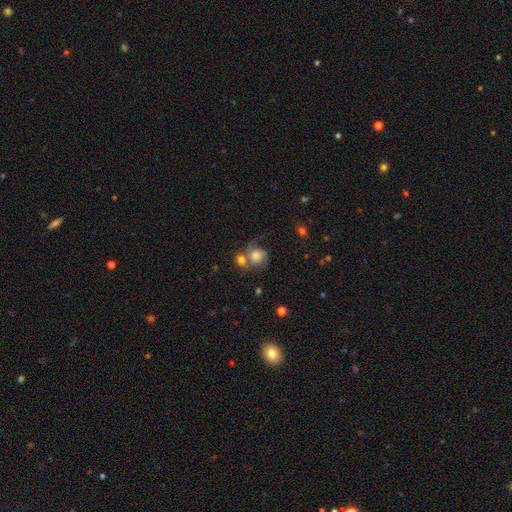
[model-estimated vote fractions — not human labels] Overall: featured or disk (61%; smooth 31%). Edge-on disk: no (98%). Bar: no (76%). Spiral arms: yes (90%). Spiral arm count: 2 (64%; 1 26%). Spiral winding: medium (44%; loose 29%). Bulge size: moderate (40%; large 31%). Merging: none (37%; merger 32%).